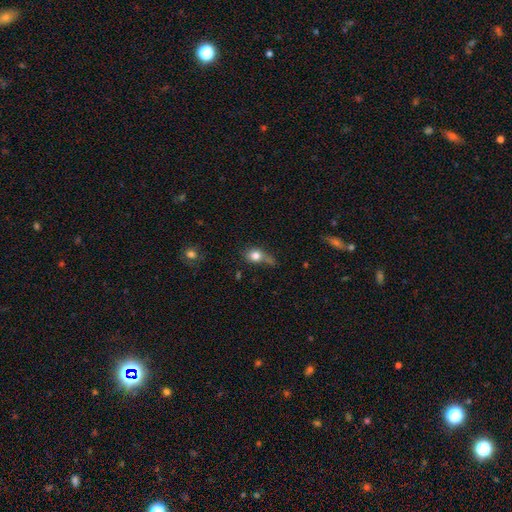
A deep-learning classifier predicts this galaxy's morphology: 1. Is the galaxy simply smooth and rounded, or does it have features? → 77% smooth, 12% featured or disk, 11% star or artifact.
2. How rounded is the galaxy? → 56% round, 41% in between, 3% cigar-shaped.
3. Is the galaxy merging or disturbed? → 37% none, 27% minor disturbance, 21% major disturbance, 15% merger.